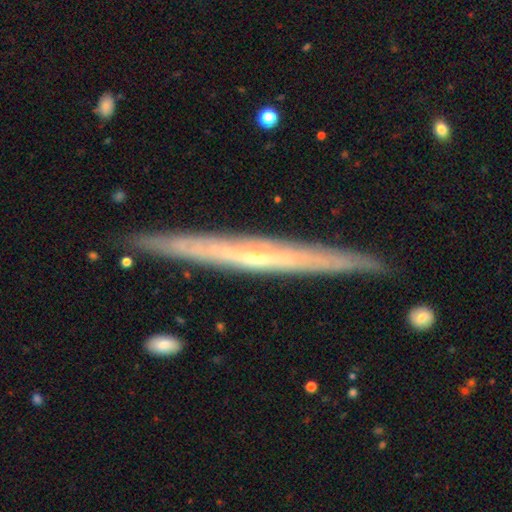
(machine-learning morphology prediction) Smooth or featured?
  - featured or disk: 78% *
  - smooth: 16%
  - star or artifact: 6%
Edge-on disk?
  - yes: 96% *
  - no: 4%
Edge-on bulge?
  - none: 54% *
  - rounded: 43%
  - boxy: 3%
Merging?
  - none: 90% *
  - minor disturbance: 8%
  - major disturbance: 1%
  - merger: 1%